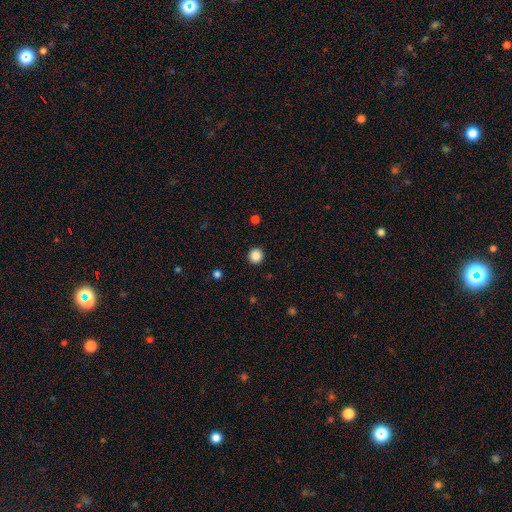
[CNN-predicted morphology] Overall: smooth (87%). How rounded: round (95%). Merging: none (93%).